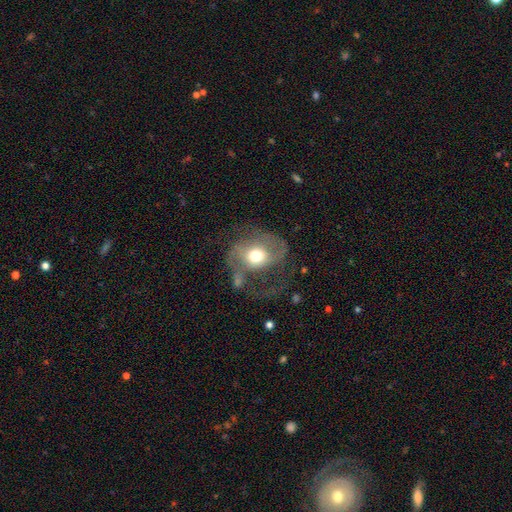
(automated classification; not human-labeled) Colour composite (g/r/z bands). It shows a featured or disk galaxy (52%). Merging: major disturbance (46%).